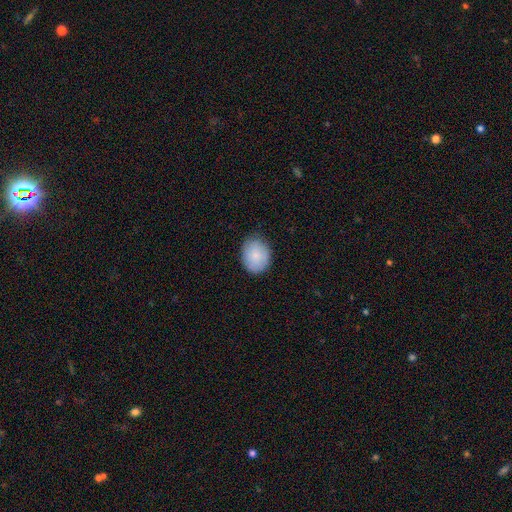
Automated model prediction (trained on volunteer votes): smooth 83%, featured or disk 11%, star or artifact 7%. Down the decision tree: how rounded — round (51%); merging — none (78%).